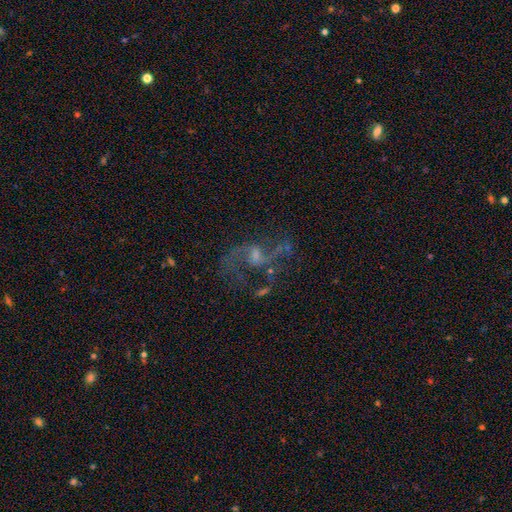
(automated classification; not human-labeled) Q: Smooth or featured?
A: featured or disk (79%); runner-up: star or artifact (12%)
Q: Edge-on disk?
A: no (97%); runner-up: yes (3%)
Q: Bar?
A: no (49%); runner-up: weak (42%)
Q: Spiral arms?
A: yes (85%); runner-up: no (15%)
Q: Spiral winding?
A: loose (74%); runner-up: medium (22%)
Q: Spiral arm count?
A: 2 (81%); runner-up: 1 (7%)
Q: Bulge size?
A: small (49%); runner-up: moderate (33%)
Q: Merging?
A: none (49%); runner-up: major disturbance (28%)